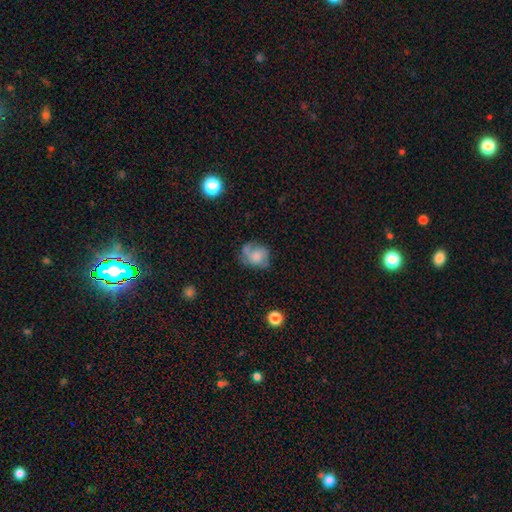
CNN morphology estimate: This is possibly a smooth galaxy (55%). How rounded: possibly round (54%). Merging: marginally none (44%).